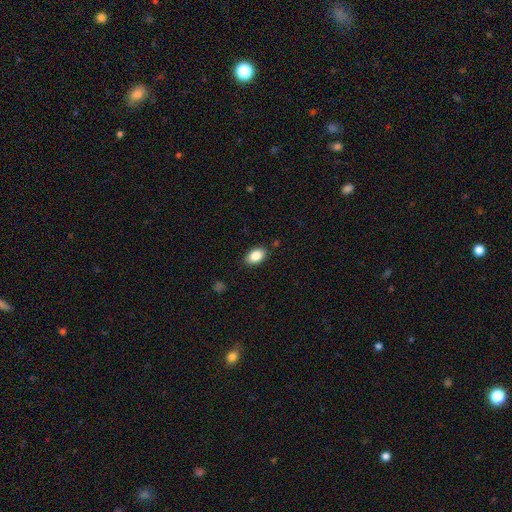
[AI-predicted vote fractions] A smooth galaxy with no disk features (86%) that is in between round and cigar-shaped (90%). Merging: none (86%).